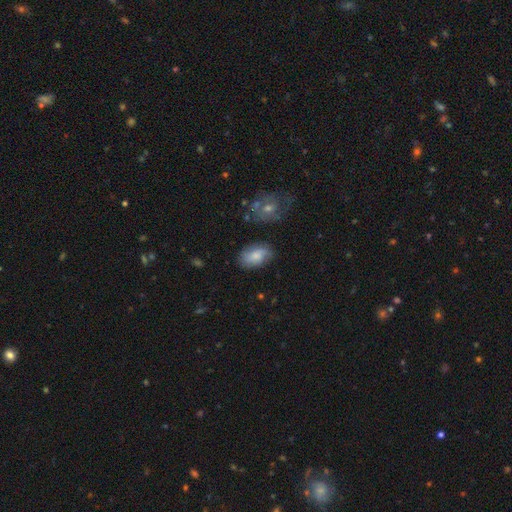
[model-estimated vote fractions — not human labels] Smooth or featured? Predicted: smooth (p=0.69). How rounded? Predicted: in between (p=0.91). Merging? Predicted: none (p=0.73).